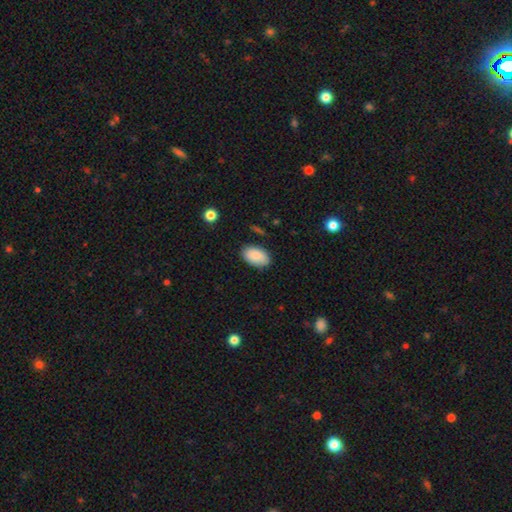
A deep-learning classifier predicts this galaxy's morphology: smooth_or_featured: smooth (p=0.88) [alt: star or artifact p=0.07]
how_rounded: in between (p=0.93) [alt: round p=0.06]
merging: none (p=0.83) [alt: minor disturbance p=0.13]